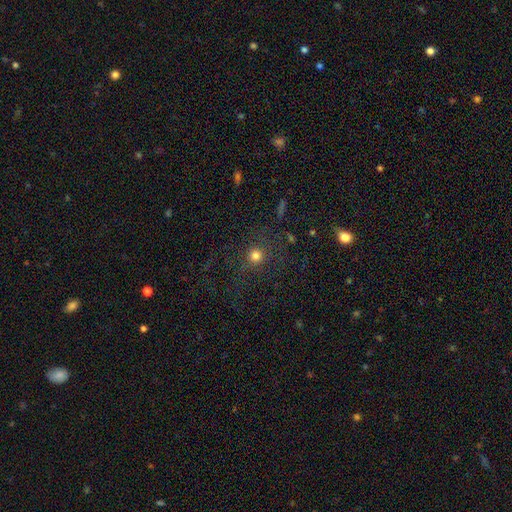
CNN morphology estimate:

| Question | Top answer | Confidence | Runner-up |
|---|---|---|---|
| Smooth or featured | smooth | 74% | star or artifact (18%) |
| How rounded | round | 94% | in between (5%) |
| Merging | none | 82% | minor disturbance (9%) |